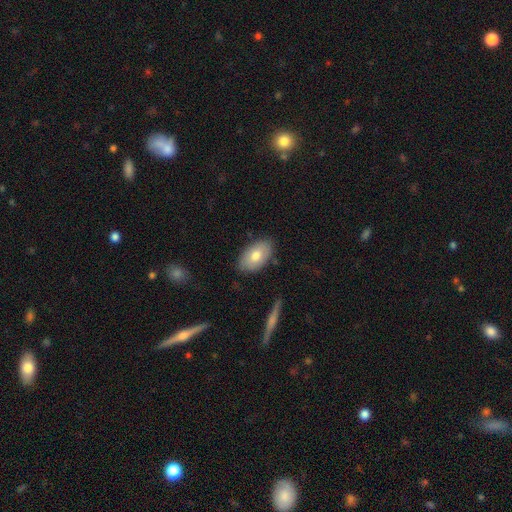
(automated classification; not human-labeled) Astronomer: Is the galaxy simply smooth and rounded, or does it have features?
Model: smooth — 74%.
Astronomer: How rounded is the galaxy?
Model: in between — 93%.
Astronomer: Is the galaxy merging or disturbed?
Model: none — 82%.